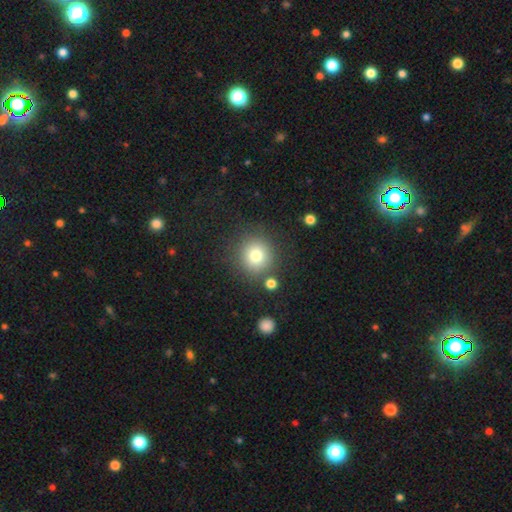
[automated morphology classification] Q: Smooth or featured?
A: smooth (77%); runner-up: star or artifact (14%)
Q: How rounded?
A: round (93%); runner-up: in between (6%)
Q: Merging?
A: none (83%); runner-up: minor disturbance (8%)